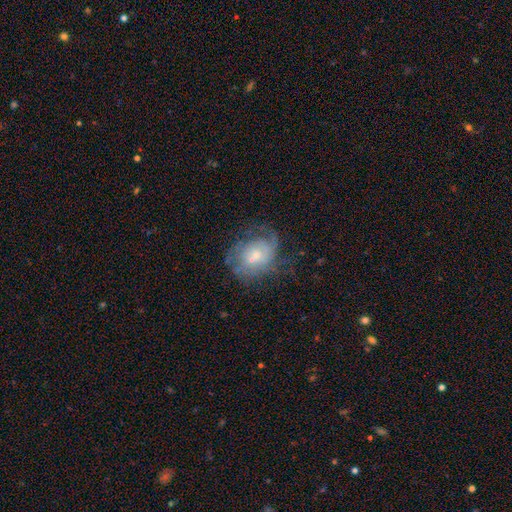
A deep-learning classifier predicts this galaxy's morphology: smooth_or_featured: featured or disk (p=0.66) [alt: smooth p=0.25]
disk_edge_on: no (p=0.97) [alt: yes p=0.03]
bar: no (p=0.76) [alt: weak p=0.21]
has_spiral_arms: yes (p=0.77) [alt: no p=0.23]
bulge_size: small (p=0.62) [alt: moderate p=0.30]
merging: none (p=0.44) [alt: minor disturbance p=0.21]